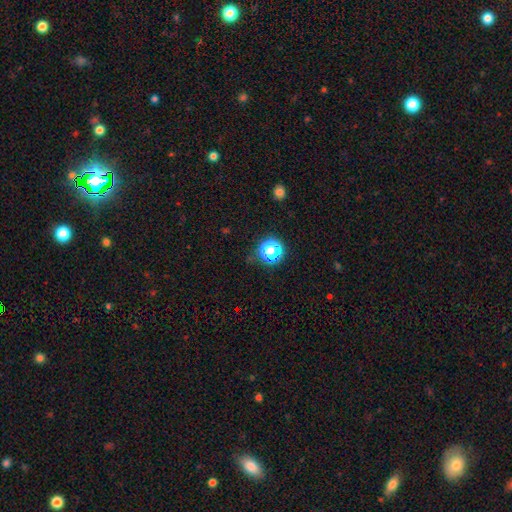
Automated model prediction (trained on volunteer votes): Overall: star or artifact (69%).